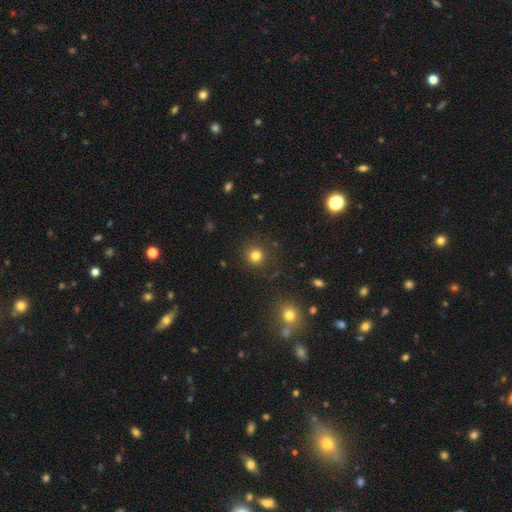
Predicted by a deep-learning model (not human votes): smooth 80%, star or artifact 15%, featured or disk 5%. Down the decision tree: how rounded — round (93%); merging — none (88%).